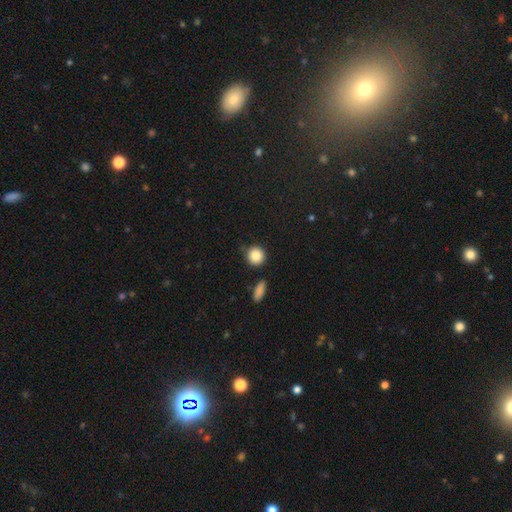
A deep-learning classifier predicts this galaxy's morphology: Smooth or featured? smooth (87%)
How rounded? round (89%)
Merging? none (82%)